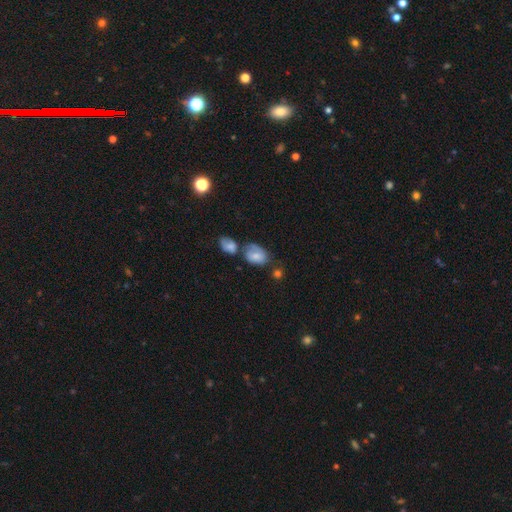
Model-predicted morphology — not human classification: This appears to be a smooth galaxy with no disk features (55%) that is in between round and cigar-shaped (74%). Merging: none (43%).